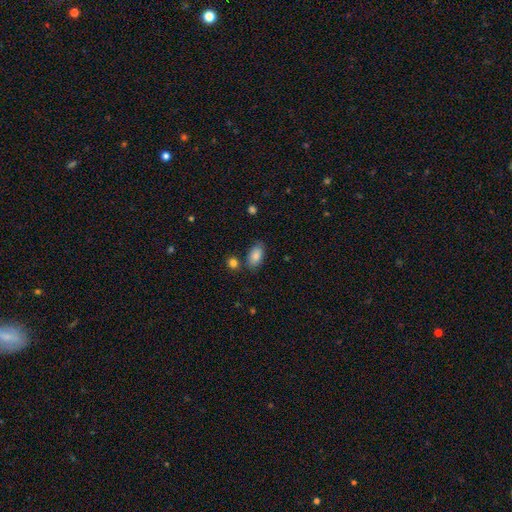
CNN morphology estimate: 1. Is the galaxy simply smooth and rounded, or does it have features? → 86% smooth, 7% star or artifact, 7% featured or disk.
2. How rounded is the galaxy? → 92% in between, 5% round, 3% cigar-shaped.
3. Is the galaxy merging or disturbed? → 75% none, 15% minor disturbance, 6% merger, 4% major disturbance.